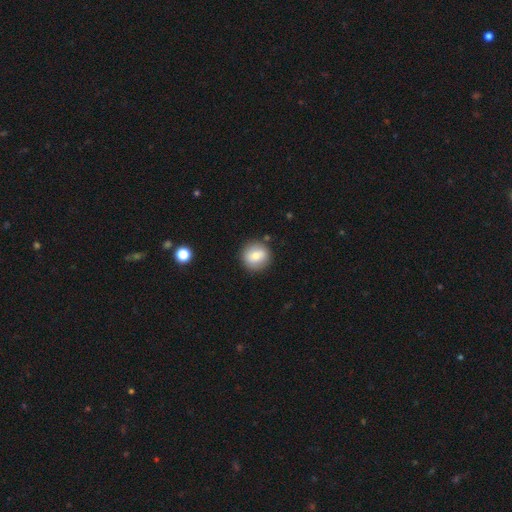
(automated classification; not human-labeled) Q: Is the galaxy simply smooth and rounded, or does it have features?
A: smooth — 72%.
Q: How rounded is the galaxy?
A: round — 92%.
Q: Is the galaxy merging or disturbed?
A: none — 85%.